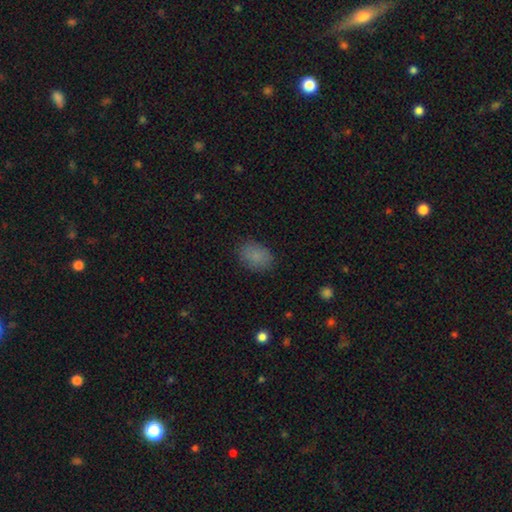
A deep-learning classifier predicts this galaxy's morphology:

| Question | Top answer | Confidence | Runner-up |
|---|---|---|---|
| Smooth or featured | smooth | 85% | star or artifact (10%) |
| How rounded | in between | 79% | round (19%) |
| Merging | none | 83% | minor disturbance (12%) |